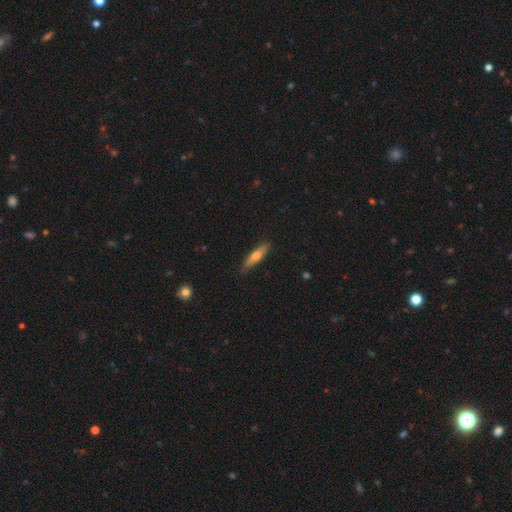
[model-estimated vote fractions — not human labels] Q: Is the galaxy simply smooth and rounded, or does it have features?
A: smooth — 61%.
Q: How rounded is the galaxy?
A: cigar-shaped — 78%.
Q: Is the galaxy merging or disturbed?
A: none — 85%.